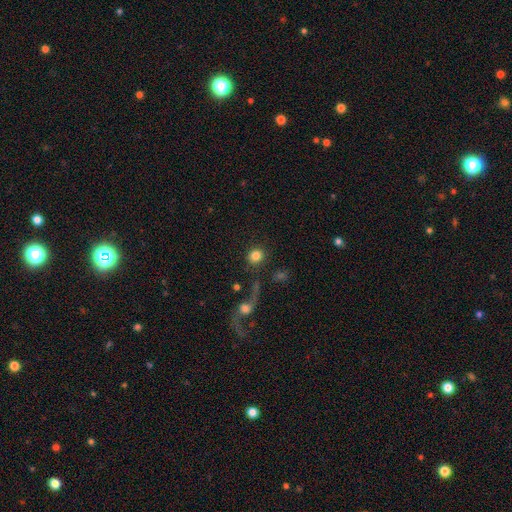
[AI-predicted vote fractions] Morphology: type=smooth (83%); roundness=round (88%); merging=none (78%).